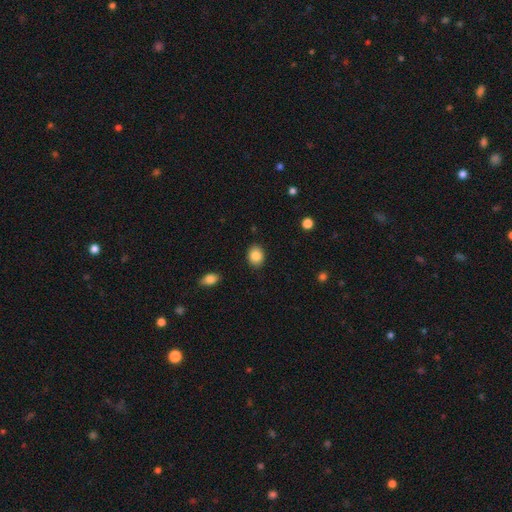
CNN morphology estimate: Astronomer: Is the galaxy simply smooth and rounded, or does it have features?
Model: smooth — 86%.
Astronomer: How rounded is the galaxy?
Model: in between — 52% (runner-up: round, 47%).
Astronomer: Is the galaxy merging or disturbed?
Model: none — 88%.